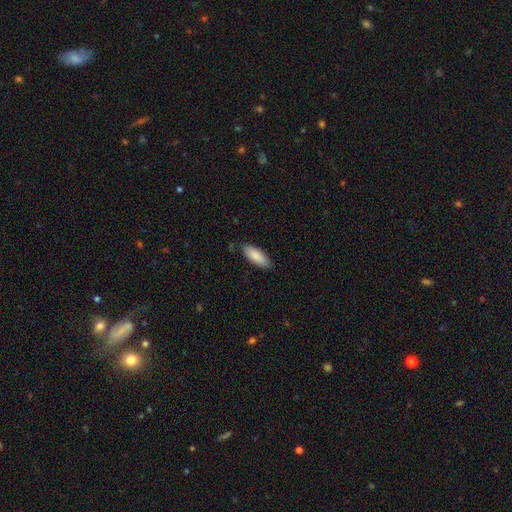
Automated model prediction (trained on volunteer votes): A smooth galaxy with no disk features (88%) that is in between round and cigar-shaped (73%).

Vote fractions:
- Smooth or featured? smooth: 88% / featured or disk: 6% / star or artifact: 5%
- How rounded? in between: 73% / cigar-shaped: 25% / round: 1%
- Merging? none: 84% / minor disturbance: 12% / major disturbance: 2% / merger: 1%